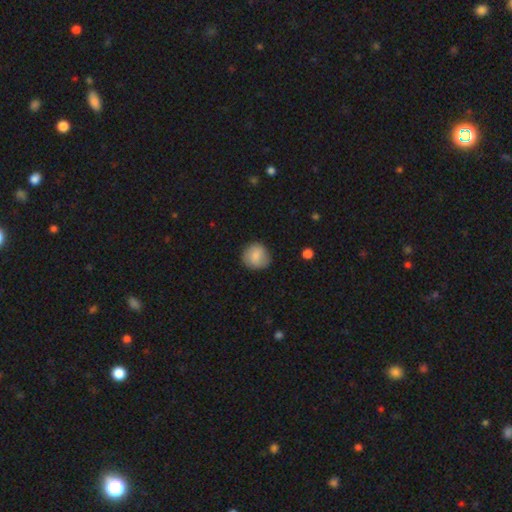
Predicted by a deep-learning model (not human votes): Morphology: type=smooth (82%); roundness=round (91%); merging=none (82%).